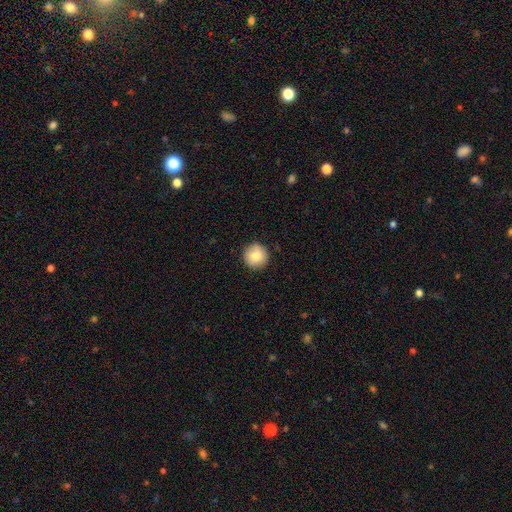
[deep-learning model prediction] Smooth or featured? smooth (84%)
How rounded? round (96%)
Merging? none (91%)